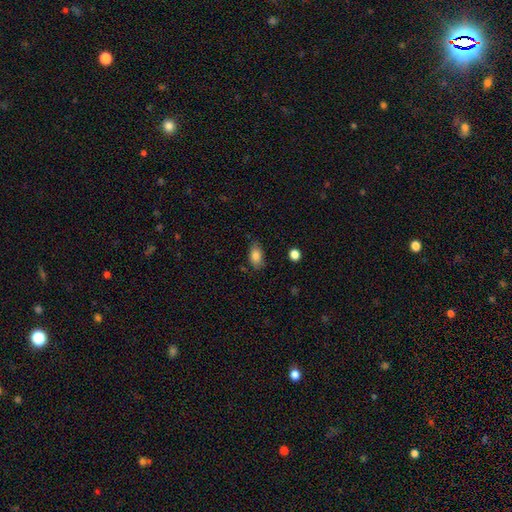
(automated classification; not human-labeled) Overall: smooth (83%). How rounded: in between (89%). Merging: none (75%).